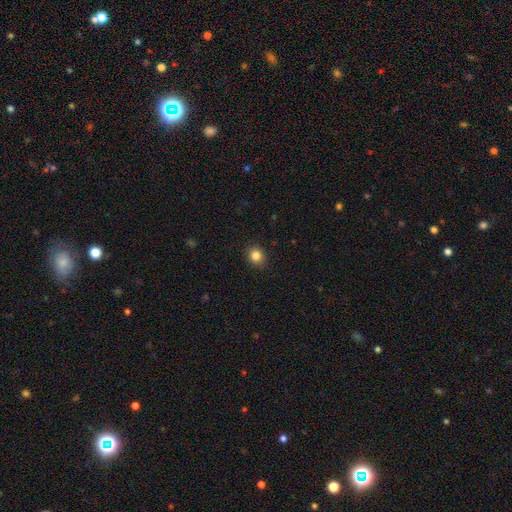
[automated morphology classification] Overall: smooth (84%). How rounded: round (79%). Merging: none (91%).